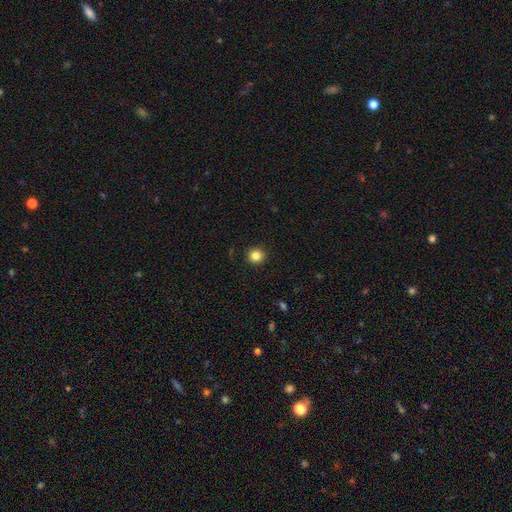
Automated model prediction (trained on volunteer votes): This is clearly a smooth galaxy (83%). How rounded: clearly round (93%). Merging: clearly none (92%).